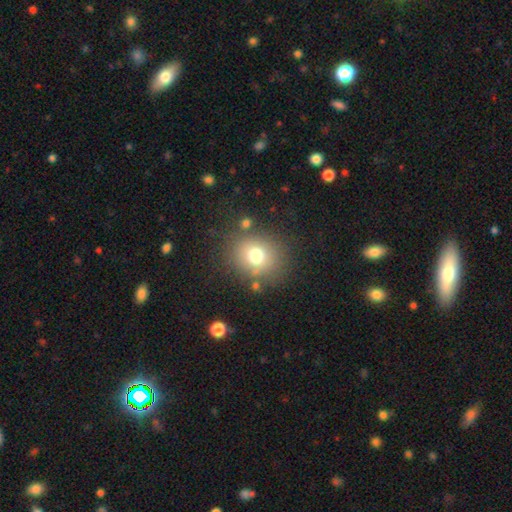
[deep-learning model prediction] A smooth galaxy with no disk features (74%) that is round (76%).

Vote fractions:
- Smooth or featured? smooth: 74% / star or artifact: 14% / featured or disk: 12%
- How rounded? round: 76% / in between: 24% / cigar-shaped: 1%
- Merging? none: 77% / minor disturbance: 11% / merger: 6% / major disturbance: 6%